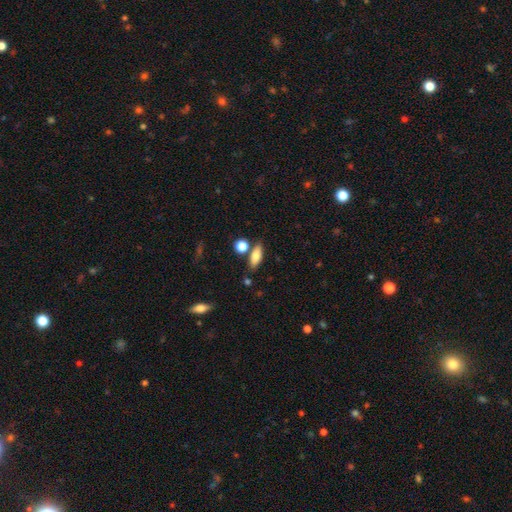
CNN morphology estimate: Smooth or featured: smooth — 75% (featured or disk — 16%)
How rounded: in between — 68% (cigar-shaped — 27%)
Merging: none — 74% (minor disturbance — 12%)